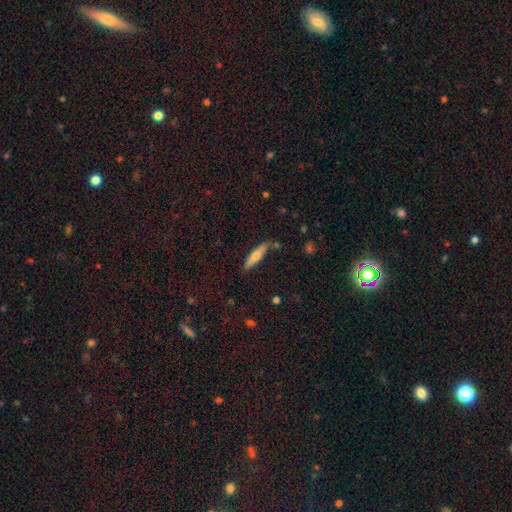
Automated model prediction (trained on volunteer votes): Morphology: type=smooth (58%); roundness=cigar-shaped (78%); merging=none (78%).